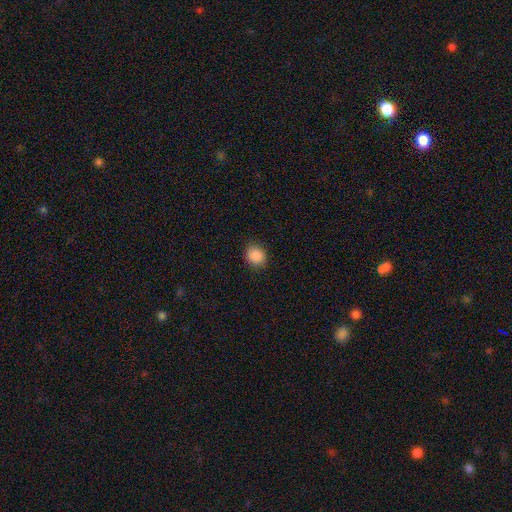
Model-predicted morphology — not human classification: Q: Smooth or featured?
A: smooth (88%); runner-up: star or artifact (9%)
Q: How rounded?
A: round (75%); runner-up: in between (24%)
Q: Merging?
A: none (88%); runner-up: minor disturbance (9%)